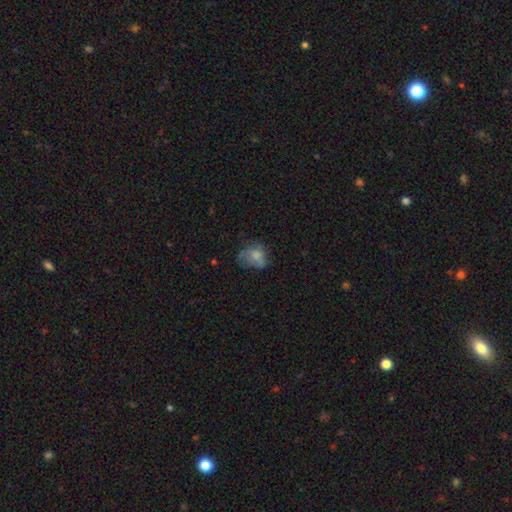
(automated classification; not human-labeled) Smooth or featured? smooth (62%)
How rounded? in between (52%)
Merging? none (39%)